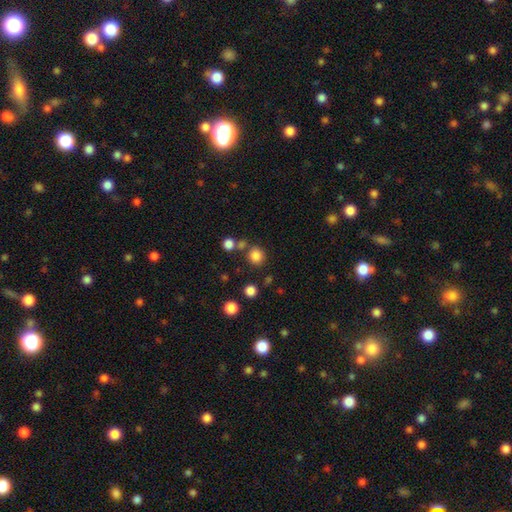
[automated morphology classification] A smooth galaxy with no disk features (82%) that is round (89%).

Vote fractions:
- Smooth or featured? smooth: 82% / star or artifact: 13% / featured or disk: 5%
- How rounded? round: 89% / in between: 10% / cigar-shaped: 1%
- Merging? none: 77% / merger: 11% / minor disturbance: 9% / major disturbance: 4%